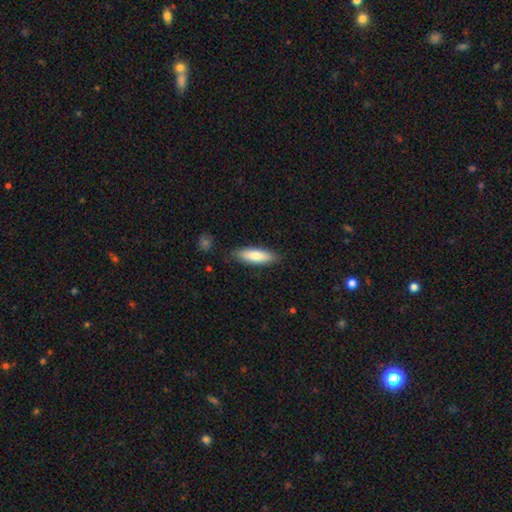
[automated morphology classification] Overall: smooth (78%). How rounded: cigar-shaped (53%; in between 45%). Merging: none (86%).